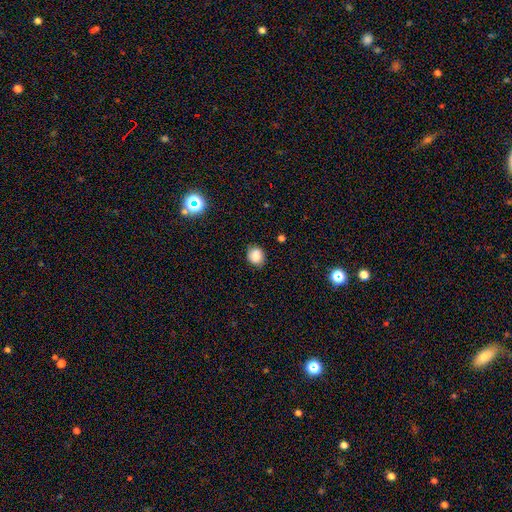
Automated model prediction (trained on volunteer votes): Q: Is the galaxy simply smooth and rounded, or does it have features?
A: smooth — 83%.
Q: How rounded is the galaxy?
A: round — 75%.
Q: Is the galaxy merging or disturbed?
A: none — 82%.